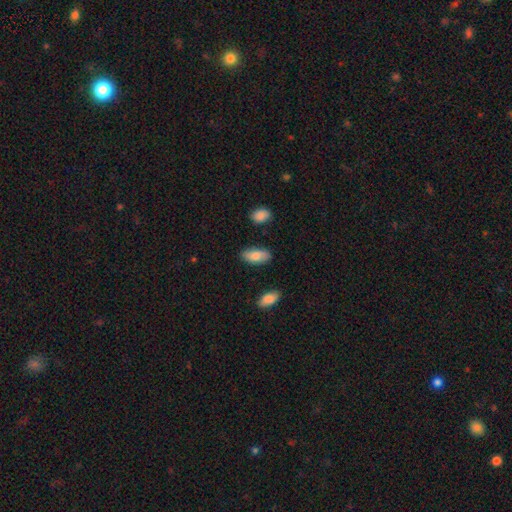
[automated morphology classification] This appears to be a smooth galaxy with no disk features (80%) that is in between round and cigar-shaped (91%). Merging: none (83%).